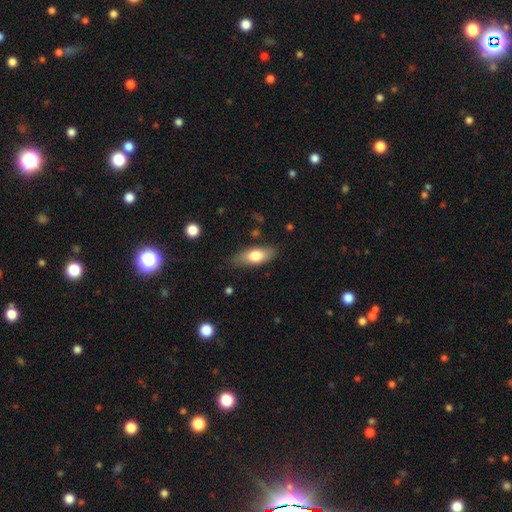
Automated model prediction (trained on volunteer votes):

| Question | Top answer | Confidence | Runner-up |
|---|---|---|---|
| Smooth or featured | smooth | 71% | featured or disk (23%) |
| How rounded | in between | 75% | cigar-shaped (22%) |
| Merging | none | 80% | minor disturbance (15%) |